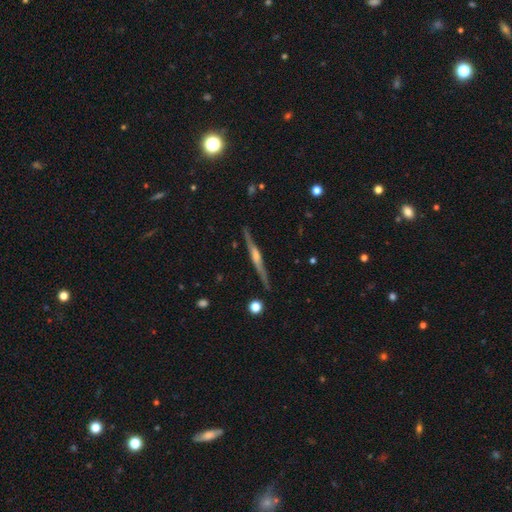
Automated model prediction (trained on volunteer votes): This appears to be a featured or disk galaxy (83%) viewed edge-on (98%) with a rounded central bulge (74%). Merging: none (91%).